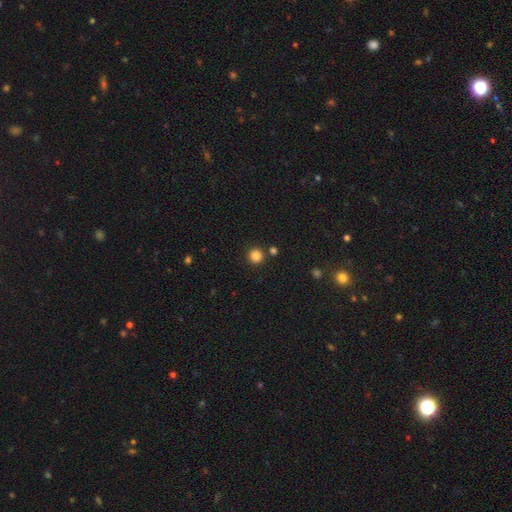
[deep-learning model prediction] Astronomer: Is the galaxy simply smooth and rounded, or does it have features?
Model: smooth — 84%.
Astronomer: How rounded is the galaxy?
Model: round — 94%.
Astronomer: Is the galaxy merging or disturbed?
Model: none — 86%.